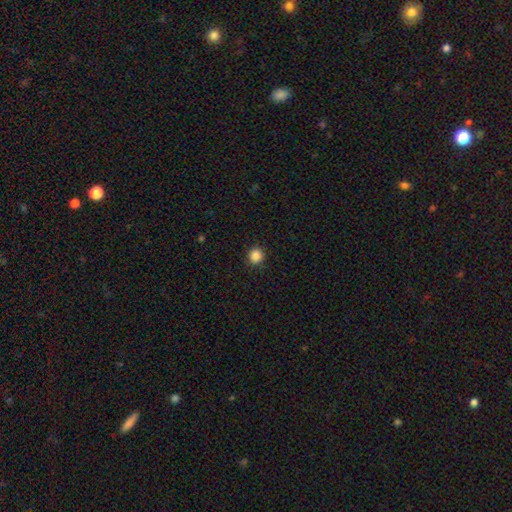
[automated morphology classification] The model was most divided on "smooth or featured": smooth: 86%, star or artifact: 11%, featured or disk: 3%. More confident: how rounded — round (91%); merging — none (91%).